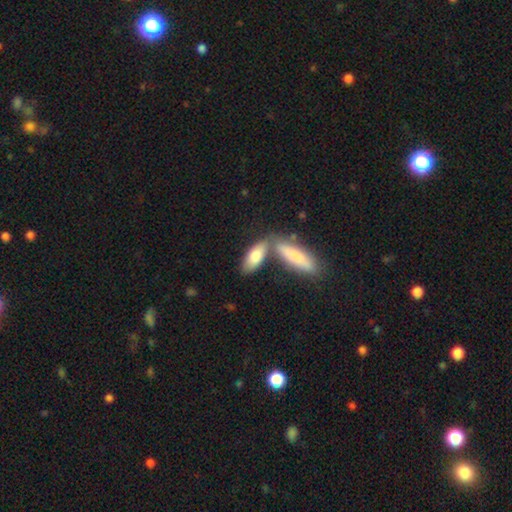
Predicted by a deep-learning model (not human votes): A smooth galaxy with no disk features (78%) that is in between round and cigar-shaped (65%).

Vote fractions:
- Smooth or featured? smooth: 78% / featured or disk: 17% / star or artifact: 5%
- How rounded? in between: 65% / cigar-shaped: 32% / round: 3%
- Merging? none: 50% / merger: 35% / minor disturbance: 11% / major disturbance: 4%